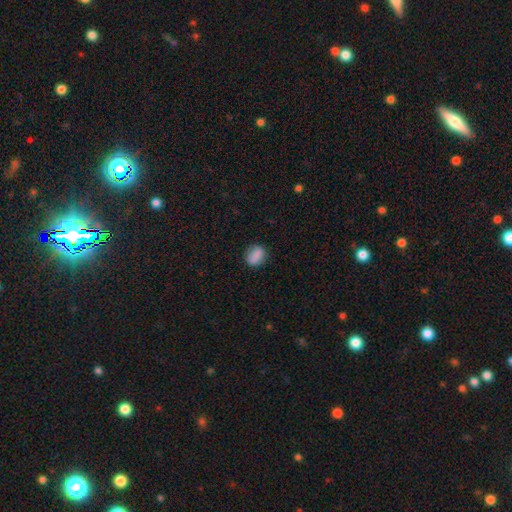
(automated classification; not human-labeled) A smooth galaxy with no disk features (85%) that is in between round and cigar-shaped (58%). Merging: none (83%).